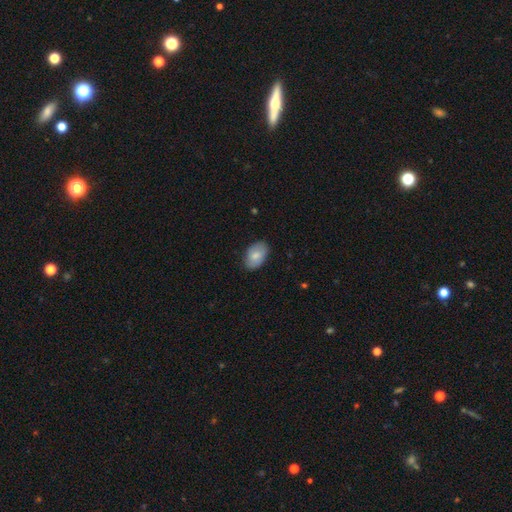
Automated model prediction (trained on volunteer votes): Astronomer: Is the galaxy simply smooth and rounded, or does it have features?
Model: smooth — 77%.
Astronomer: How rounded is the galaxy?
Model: in between — 91%.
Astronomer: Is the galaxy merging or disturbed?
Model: none — 81%.